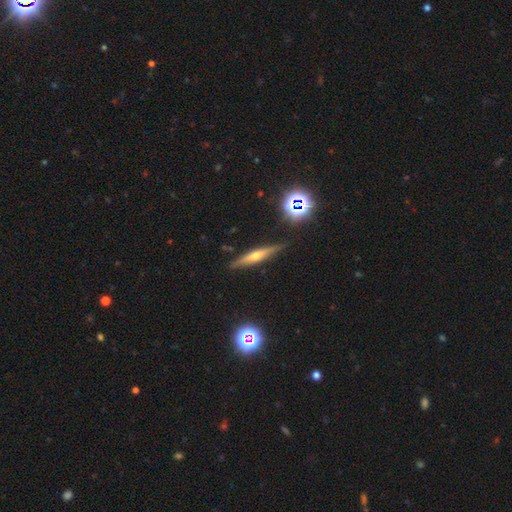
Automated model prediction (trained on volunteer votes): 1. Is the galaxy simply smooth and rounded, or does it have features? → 57% featured or disk, 30% smooth, 12% star or artifact.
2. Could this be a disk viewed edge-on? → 95% yes, 5% no.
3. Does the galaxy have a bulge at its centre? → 80% rounded, 14% none, 7% boxy.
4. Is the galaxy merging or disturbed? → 87% none, 9% minor disturbance, 2% major disturbance, 2% merger.